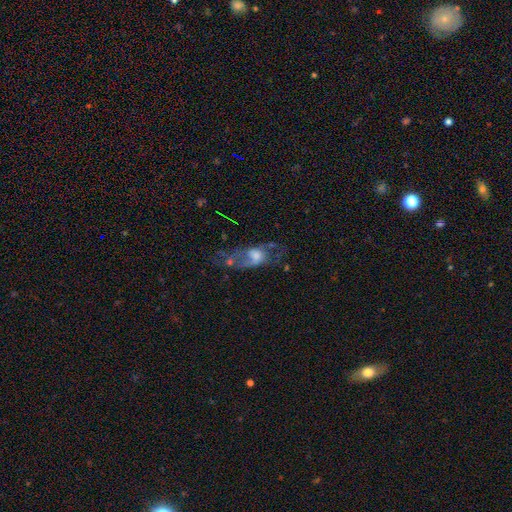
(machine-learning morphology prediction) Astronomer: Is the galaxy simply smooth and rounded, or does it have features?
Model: featured or disk — 60%.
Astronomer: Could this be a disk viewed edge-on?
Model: no — 84%.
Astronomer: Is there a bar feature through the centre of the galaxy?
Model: no — 67%.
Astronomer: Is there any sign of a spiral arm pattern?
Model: yes — 58% (runner-up: no, 42%).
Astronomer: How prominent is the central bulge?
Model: moderate — 46% (runner-up: small, 24%).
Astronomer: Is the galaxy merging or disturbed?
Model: none — 42% (runner-up: major disturbance, 31%).